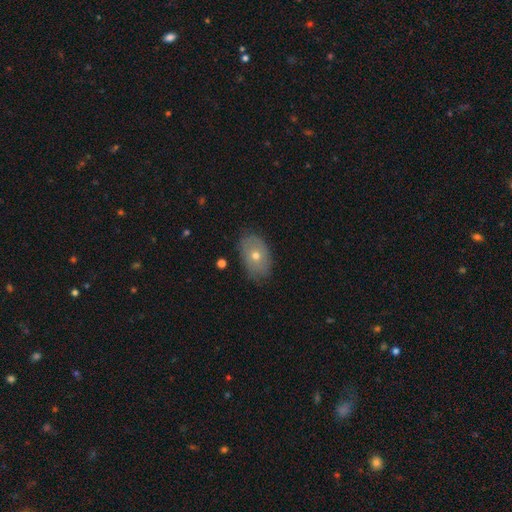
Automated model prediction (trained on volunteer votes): smooth_or_featured: smooth (p=0.56) [alt: featured or disk p=0.36]
how_rounded: in between (p=0.85) [alt: round p=0.14]
merging: none (p=0.78) [alt: minor disturbance p=0.17]